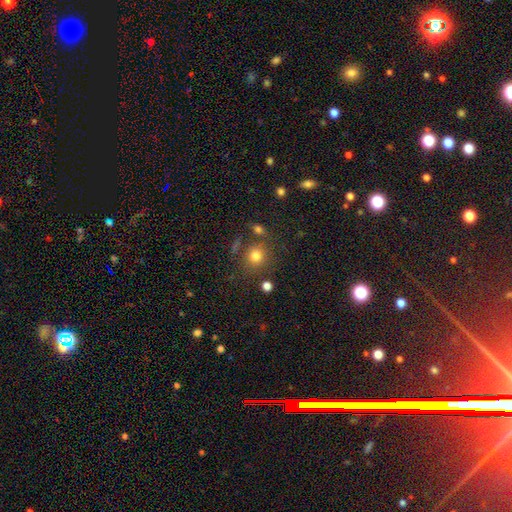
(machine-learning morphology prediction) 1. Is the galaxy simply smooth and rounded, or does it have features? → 79% smooth, 13% star or artifact, 8% featured or disk.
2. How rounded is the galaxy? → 86% round, 13% in between, 1% cigar-shaped.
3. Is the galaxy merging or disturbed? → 75% none, 12% minor disturbance, 9% merger, 5% major disturbance.